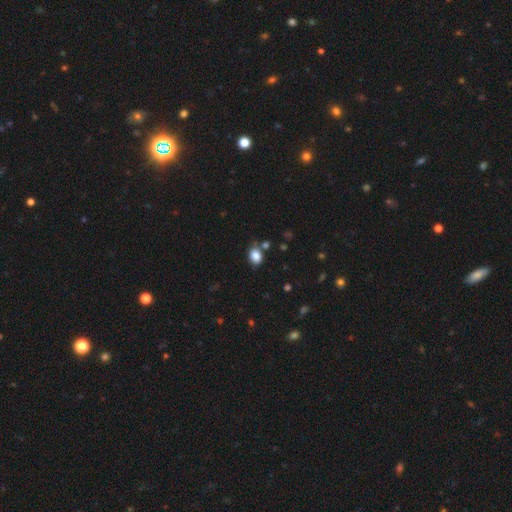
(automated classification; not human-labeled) Smooth or featured? smooth (85%)
How rounded? in between (65%)
Merging? none (72%)